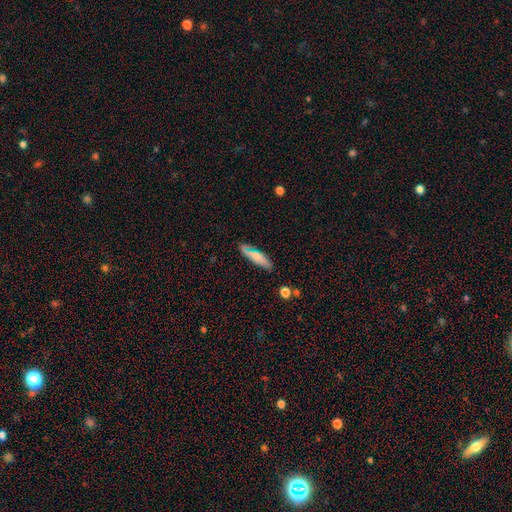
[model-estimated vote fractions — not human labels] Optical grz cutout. It shows a smooth galaxy with no disk features (67%) that is cigar-shaped (67%). Merging: none (76%).